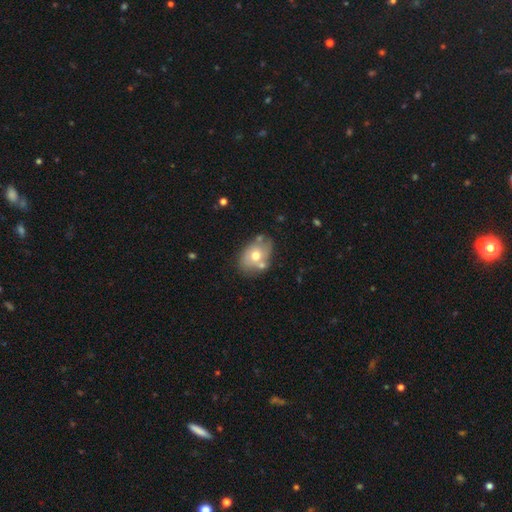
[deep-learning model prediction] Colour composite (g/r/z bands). It shows a smooth galaxy with no disk features (60%) that is in between round and cigar-shaped (76%). Merging: none (60%).